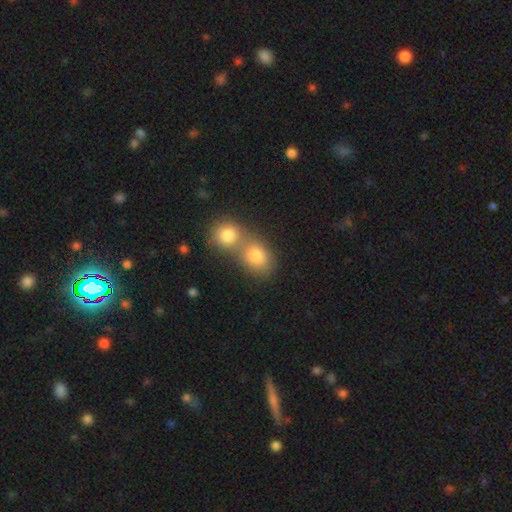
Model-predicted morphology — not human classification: Smooth or featured? smooth (80%)
How rounded? in between (51%)
Merging? merger (60%)